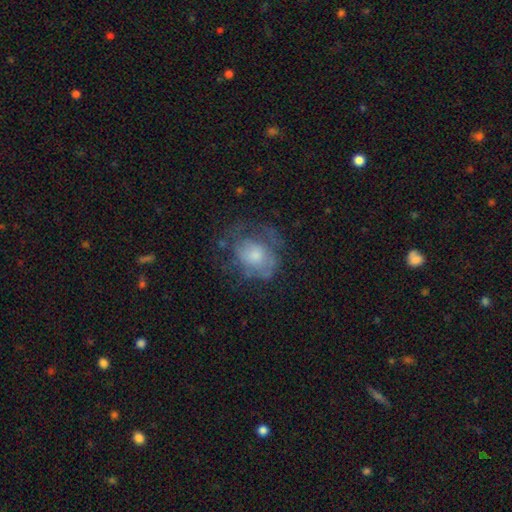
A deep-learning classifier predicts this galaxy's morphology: smooth-or-featured: featured or disk: 46% | smooth: 44% | star or artifact: 9%
  merging: none: 45% | major disturbance: 28% | minor disturbance: 25% | merger: 2%